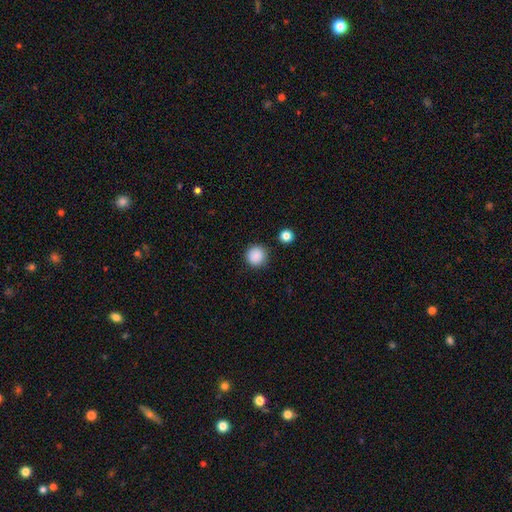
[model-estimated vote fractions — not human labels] smooth_or_featured: smooth (p=0.88) [alt: star or artifact p=0.09]
how_rounded: round (p=0.95) [alt: in between p=0.04]
merging: none (p=0.90) [alt: minor disturbance p=0.06]